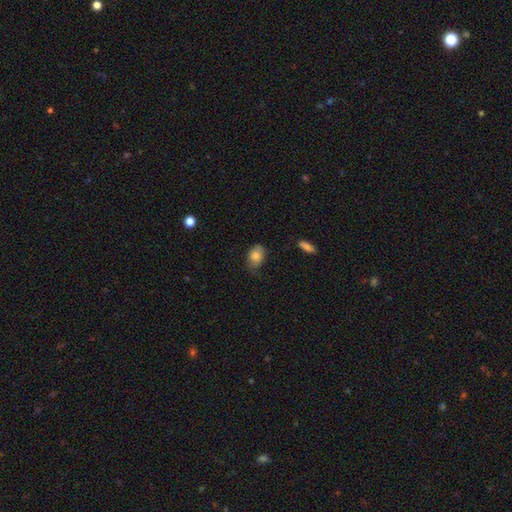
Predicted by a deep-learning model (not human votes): Morphology: type=smooth (81%); roundness=in between (74%); merging=none (53%).